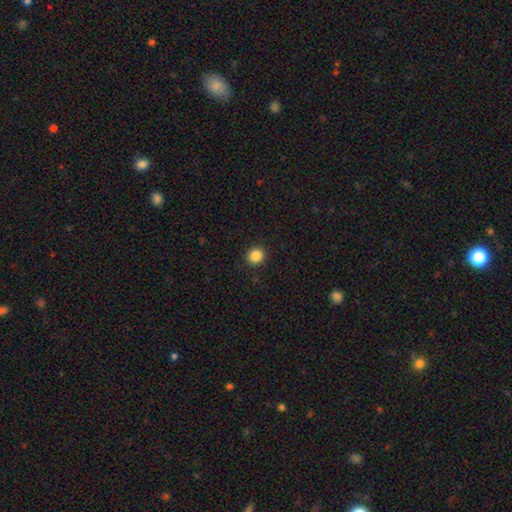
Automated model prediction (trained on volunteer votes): Smooth or featured: smooth — 86% (star or artifact — 11%)
How rounded: round — 89% (in between — 10%)
Merging: none — 92% (minor disturbance — 5%)